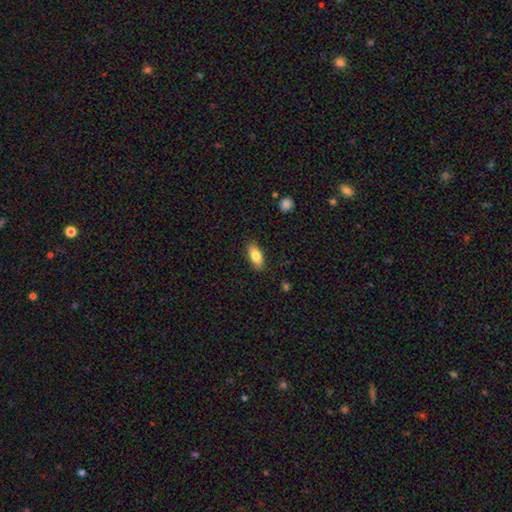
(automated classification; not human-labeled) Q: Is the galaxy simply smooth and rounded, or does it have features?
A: smooth — 81%.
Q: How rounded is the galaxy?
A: in between — 86%.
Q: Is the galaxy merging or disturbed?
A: none — 87%.